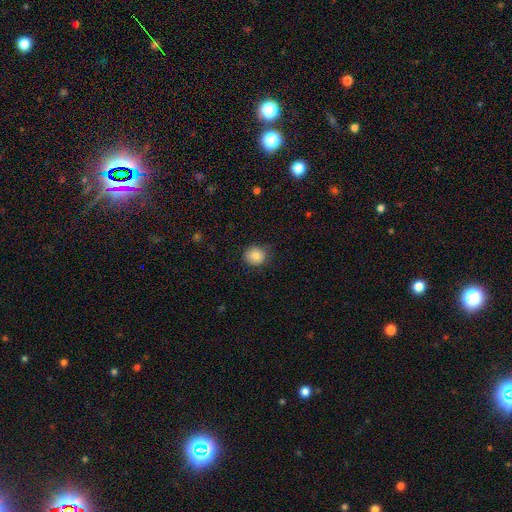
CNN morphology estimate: Smooth or featured?
  - smooth: 85% *
  - star or artifact: 9%
  - featured or disk: 6%
How rounded?
  - round: 79% *
  - in between: 20%
  - cigar-shaped: 1%
Merging?
  - none: 81% *
  - minor disturbance: 14%
  - major disturbance: 3%
  - merger: 1%